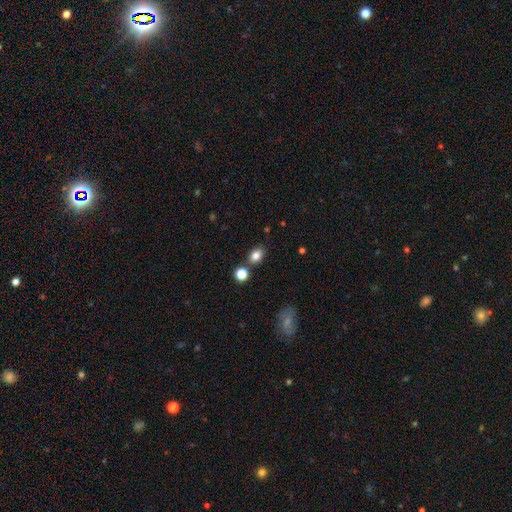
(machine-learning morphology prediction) smooth_or_featured: smooth (p=0.82) [alt: star or artifact p=0.11]
how_rounded: in between (p=0.67) [alt: round p=0.32]
merging: none (p=0.75) [alt: minor disturbance p=0.11]